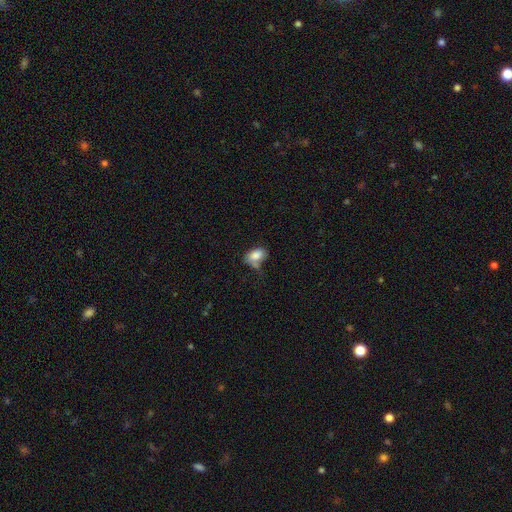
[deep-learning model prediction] A smooth galaxy with no disk features (82%) that is in between round and cigar-shaped (88%).

Vote fractions:
- Smooth or featured? smooth: 82% / featured or disk: 10% / star or artifact: 9%
- How rounded? in between: 88% / round: 10% / cigar-shaped: 2%
- Merging? none: 42% / minor disturbance: 26% / merger: 19% / major disturbance: 14%